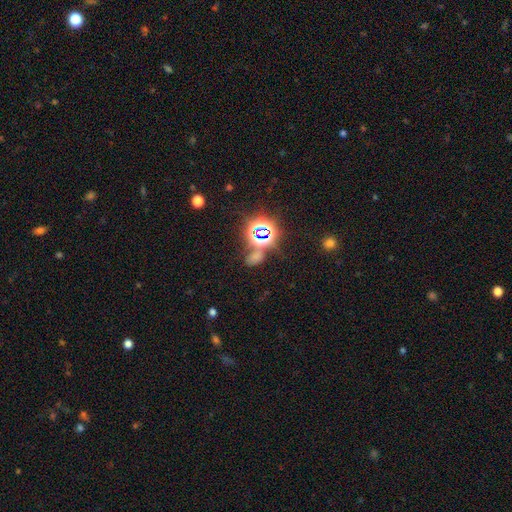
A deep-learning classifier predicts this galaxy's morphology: Smooth or featured? star or artifact (72%)